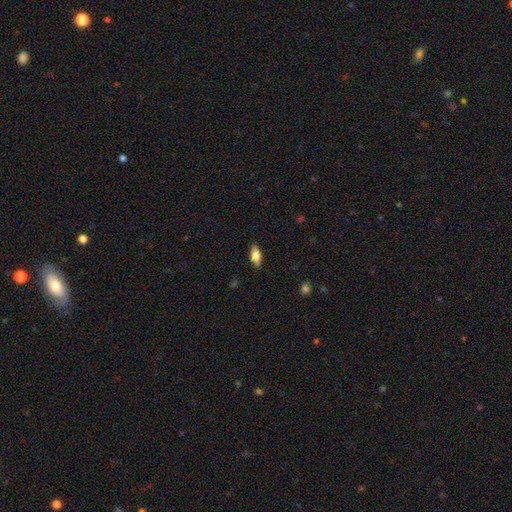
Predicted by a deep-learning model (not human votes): Smooth or featured?
  - smooth: 64% *
  - featured or disk: 29%
  - star or artifact: 7%
How rounded?
  - in between: 76% *
  - cigar-shaped: 21%
  - round: 3%
Merging?
  - none: 88% *
  - minor disturbance: 9%
  - major disturbance: 2%
  - merger: 1%